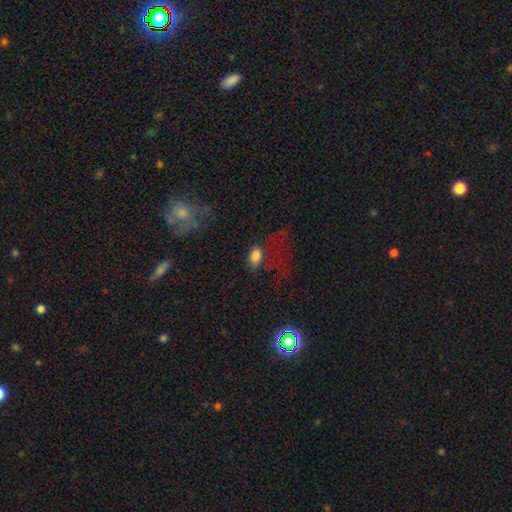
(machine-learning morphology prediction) This is likely a smooth galaxy (78%). How rounded: clearly in between (86%). Merging: marginally none (45%).